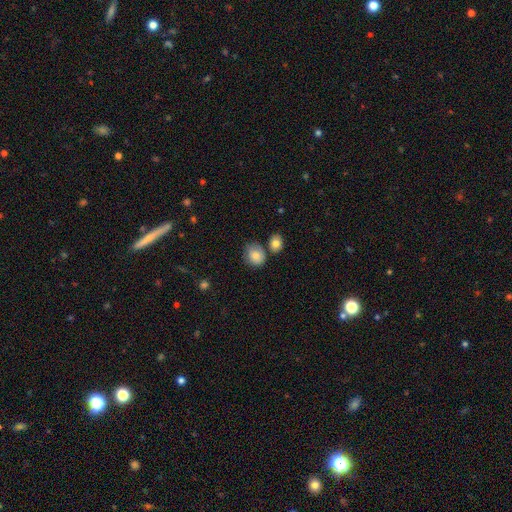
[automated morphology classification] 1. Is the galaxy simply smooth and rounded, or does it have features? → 83% smooth, 9% featured or disk, 8% star or artifact.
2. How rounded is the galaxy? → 60% round, 39% in between, 1% cigar-shaped.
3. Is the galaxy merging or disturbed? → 63% none, 19% minor disturbance, 13% merger, 5% major disturbance.